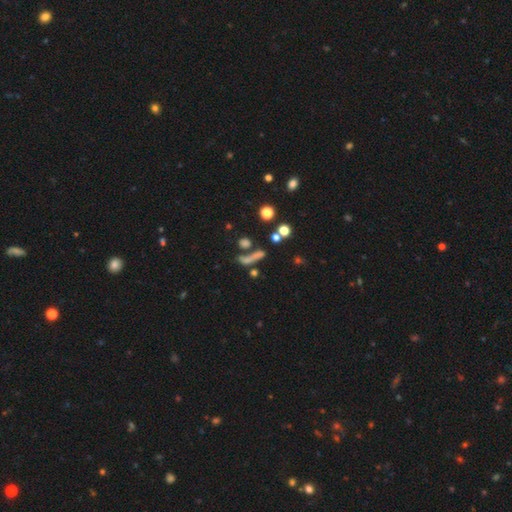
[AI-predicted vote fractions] A smooth galaxy with no disk features (48%). Merging: none (56%).